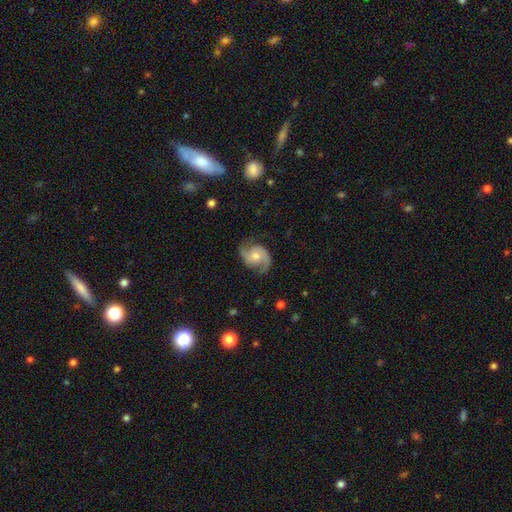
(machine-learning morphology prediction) A featured or disk galaxy (88%) with no bar (67%), 2 (93%) medium (54%) spiral arms (97%) and a moderate central bulge (59%).

Vote fractions:
- Smooth or featured? featured or disk: 88% / smooth: 7% / star or artifact: 6%
- Edge-on disk? no: 98% / yes: 2%
- Bar? no: 67% / weak: 28% / strong: 6%
- Spiral arms? yes: 97% / no: 3%
- Spiral winding? medium: 54% / loose: 23% / tight: 22%
- Spiral arm count? 2: 93% / can't tell: 2% / 1: 2% / 3: 1% / 4: 1% / more than 4: 1%
- Bulge size? moderate: 59% / small: 33% / large: 4% / none: 2% / dominant: 1%
- Merging? none: 79% / minor disturbance: 14% / major disturbance: 5% / merger: 1%